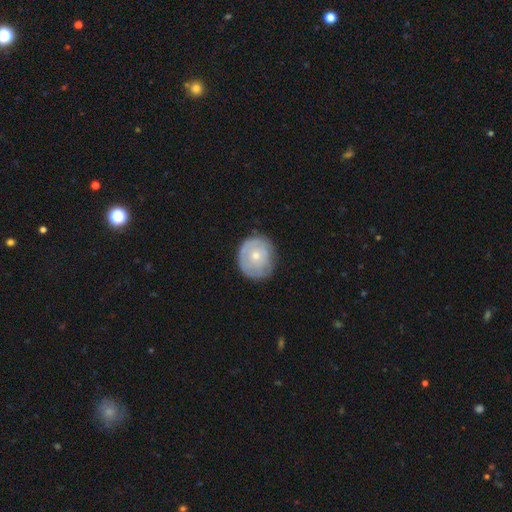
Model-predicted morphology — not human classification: smooth 52%, featured or disk 41%, star or artifact 6%. Down the decision tree: how rounded — round (76%); merging — none (69%).